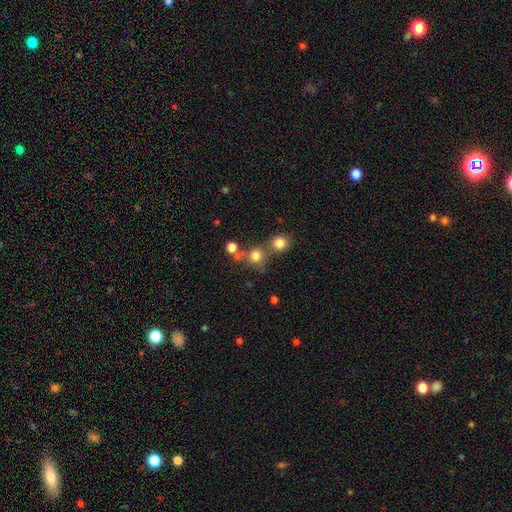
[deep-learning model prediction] Smooth or featured?
  - smooth: 75% *
  - star or artifact: 16%
  - featured or disk: 9%
How rounded?
  - round: 87% *
  - in between: 12%
  - cigar-shaped: 1%
Merging?
  - none: 55% *
  - merger: 32%
  - minor disturbance: 9%
  - major disturbance: 5%